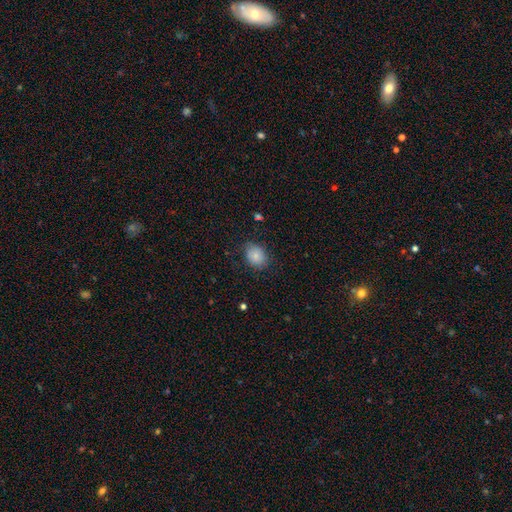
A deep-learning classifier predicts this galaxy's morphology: smooth_or_featured: smooth (p=0.82) [alt: featured or disk p=0.09]
how_rounded: round (p=0.50) [alt: in between p=0.49]
merging: none (p=0.76) [alt: minor disturbance p=0.18]